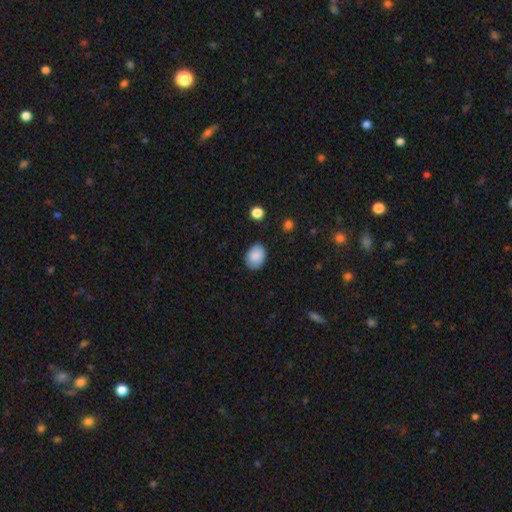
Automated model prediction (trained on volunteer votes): A smooth galaxy with no disk features (86%) that is in between round and cigar-shaped (69%).

Vote fractions:
- Smooth or featured? smooth: 86% / star or artifact: 8% / featured or disk: 6%
- How rounded? in between: 69% / round: 30% / cigar-shaped: 1%
- Merging? none: 78% / minor disturbance: 18% / major disturbance: 3% / merger: 2%